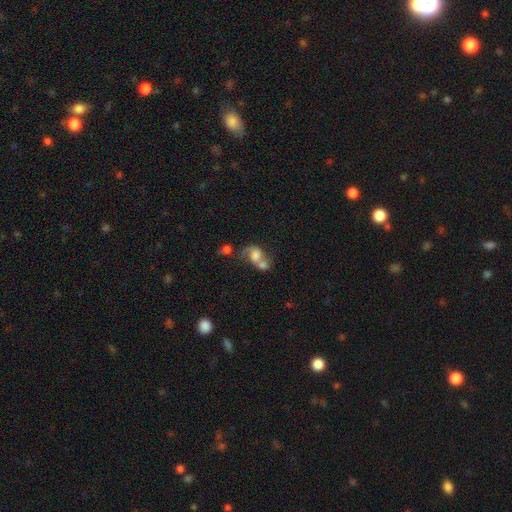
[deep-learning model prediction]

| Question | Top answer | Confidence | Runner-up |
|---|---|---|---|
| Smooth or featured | smooth | 53% | featured or disk (35%) |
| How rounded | in between | 52% | round (46%) |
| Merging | merger | 66% | none (16%) |